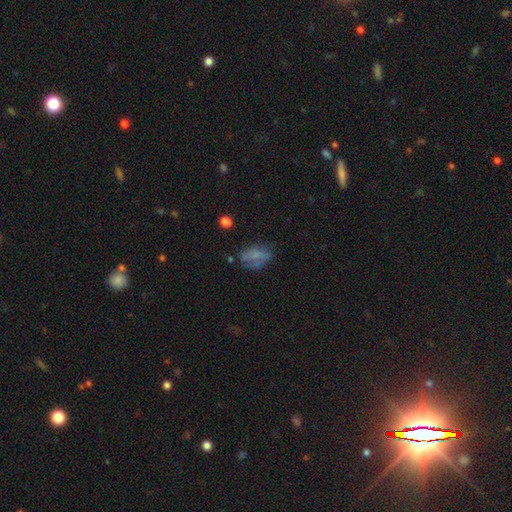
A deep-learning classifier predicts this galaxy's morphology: Smooth or featured? smooth (57%)
How rounded? in between (84%)
Merging? none (47%)